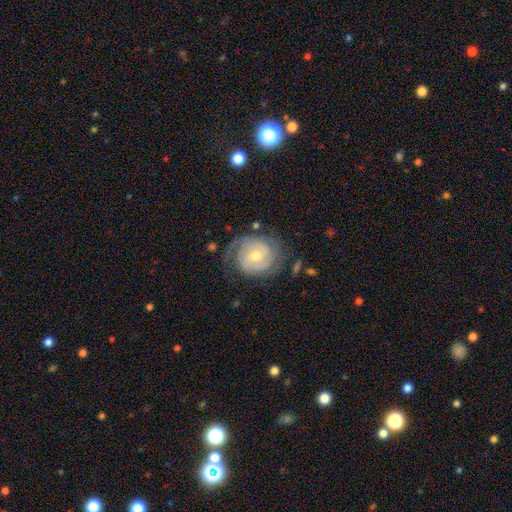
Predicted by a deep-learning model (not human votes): Smooth or featured? featured or disk (83%)
Edge-on disk? no (97%)
Bar? no (56%)
Spiral arms? yes (94%)
Spiral winding? tight (68%)
Spiral arm count? 2 (57%)
Bulge size? moderate (55%)
Merging? none (69%)